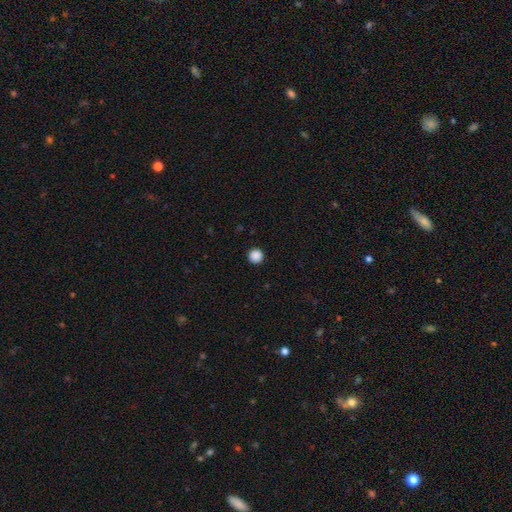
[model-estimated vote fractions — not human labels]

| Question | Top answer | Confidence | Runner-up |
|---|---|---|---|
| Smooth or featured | smooth | 88% | star or artifact (9%) |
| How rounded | round | 96% | in between (3%) |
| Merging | none | 94% | minor disturbance (4%) |